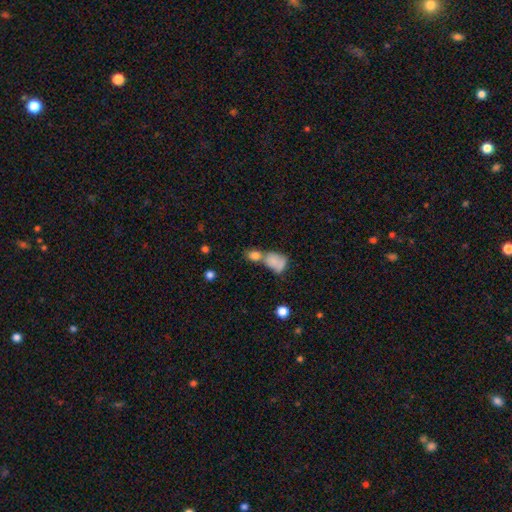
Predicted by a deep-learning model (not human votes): This appears to be a smooth galaxy with no disk features (79%) that is in between round and cigar-shaped (59%). Merging: merger (58%).